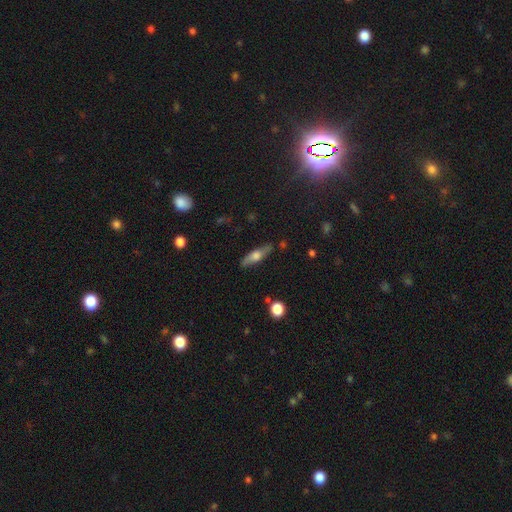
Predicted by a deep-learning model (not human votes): Q: Smooth or featured?
A: featured or disk (48%); runner-up: smooth (46%)
Q: Merging?
A: none (82%); runner-up: minor disturbance (13%)